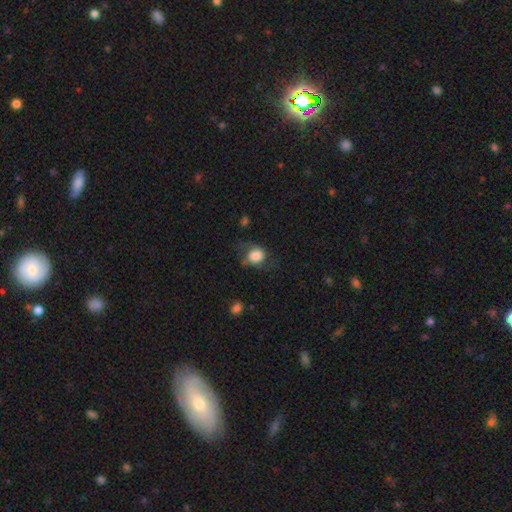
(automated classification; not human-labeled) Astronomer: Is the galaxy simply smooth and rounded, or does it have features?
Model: smooth — 81%.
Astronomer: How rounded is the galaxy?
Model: round — 73%.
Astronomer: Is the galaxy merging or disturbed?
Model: none — 54%.